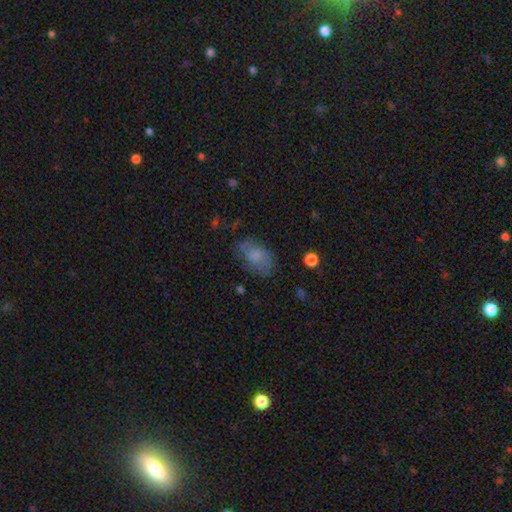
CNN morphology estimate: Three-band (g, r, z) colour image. It shows a smooth galaxy with no disk features (67%) that is in between round and cigar-shaped (88%). Merging: none (61%).